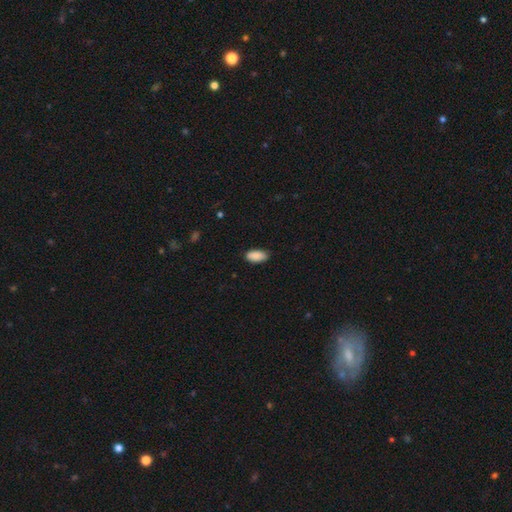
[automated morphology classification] This appears to be a smooth galaxy with no disk features (90%) that is in between round and cigar-shaped (93%). Merging: none (84%).